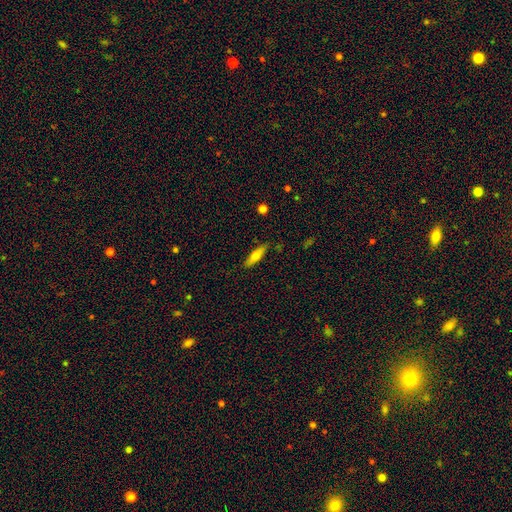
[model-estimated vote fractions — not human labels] Smooth or featured: smooth — 62% (featured or disk — 32%)
How rounded: cigar-shaped — 69% (in between — 29%)
Merging: none — 85% (minor disturbance — 12%)